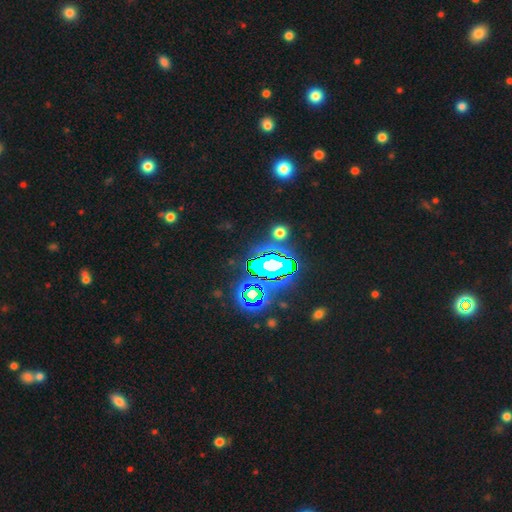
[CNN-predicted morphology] Smooth or featured? star or artifact (83%)